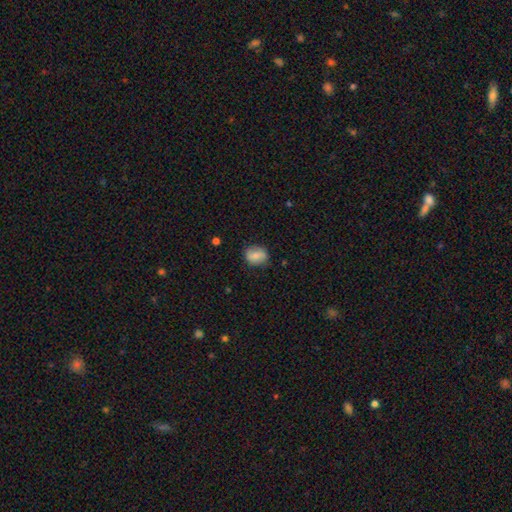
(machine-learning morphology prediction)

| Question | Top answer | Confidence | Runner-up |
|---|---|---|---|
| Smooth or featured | smooth | 72% | featured or disk (20%) |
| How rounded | round | 52% | in between (46%) |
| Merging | none | 78% | minor disturbance (17%) |